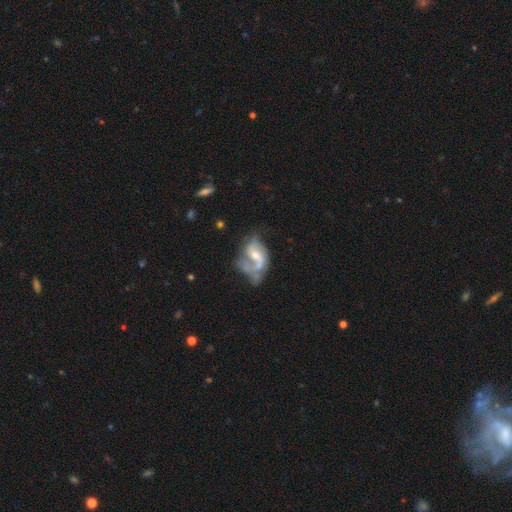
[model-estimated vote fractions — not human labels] Overall: featured or disk (77%). Edge-on disk: no (97%). Bar: weak (44%; no 42%). Spiral arms: yes (82%). Spiral arm count: 2 (61%; 1 22%). Spiral winding: loose (48%; medium 39%). Bulge size: moderate (51%; small 39%). Merging: major disturbance (31%; none 26%).